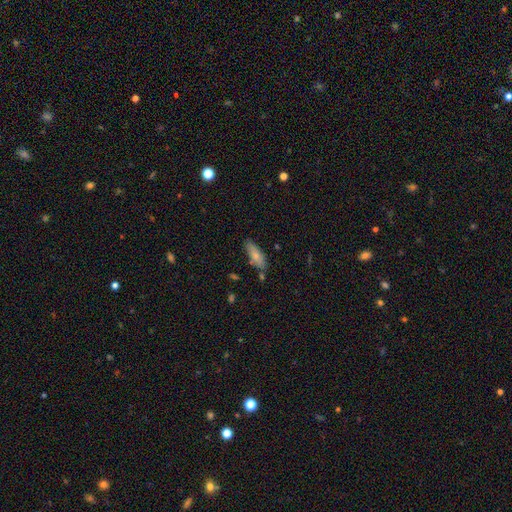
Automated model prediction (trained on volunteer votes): Smooth or featured?
  - smooth: 77% *
  - featured or disk: 16%
  - star or artifact: 7%
How rounded?
  - in between: 62% *
  - cigar-shaped: 36%
  - round: 2%
Merging?
  - none: 73% *
  - minor disturbance: 18%
  - merger: 6%
  - major disturbance: 4%